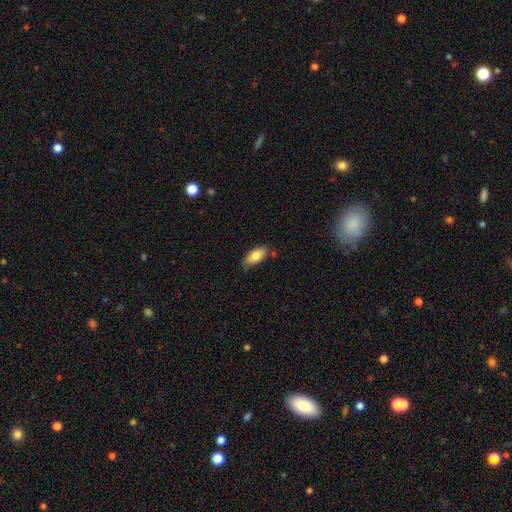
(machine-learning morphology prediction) type=smooth (81%); roundness=in between (87%); merging=none (74%).